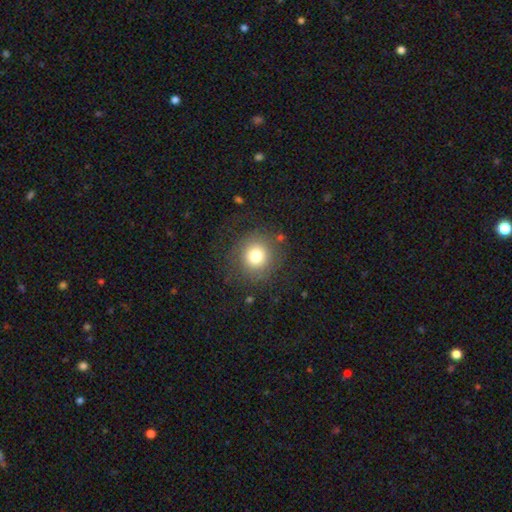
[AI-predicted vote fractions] This is likely a smooth galaxy (74%). How rounded: clearly round (93%). Merging: clearly none (81%).